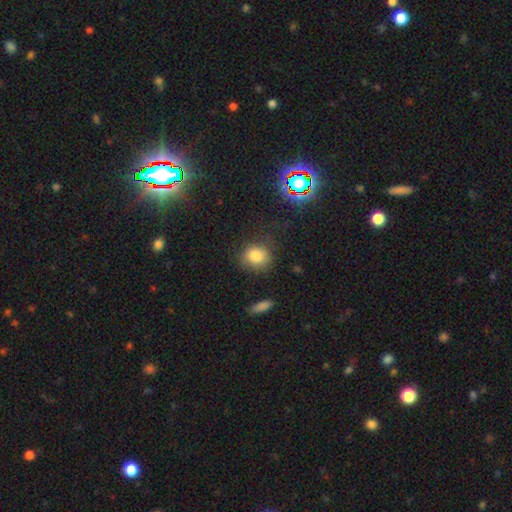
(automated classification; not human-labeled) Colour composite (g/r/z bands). It shows a smooth galaxy with no disk features (83%) that is round (67%). Merging: none (76%).